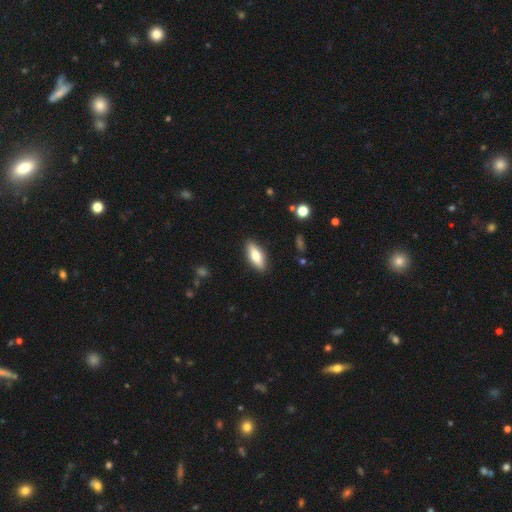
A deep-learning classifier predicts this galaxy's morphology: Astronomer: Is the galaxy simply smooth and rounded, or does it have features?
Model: smooth — 65%.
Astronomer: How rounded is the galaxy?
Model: in between — 66%.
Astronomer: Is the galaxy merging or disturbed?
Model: none — 88%.